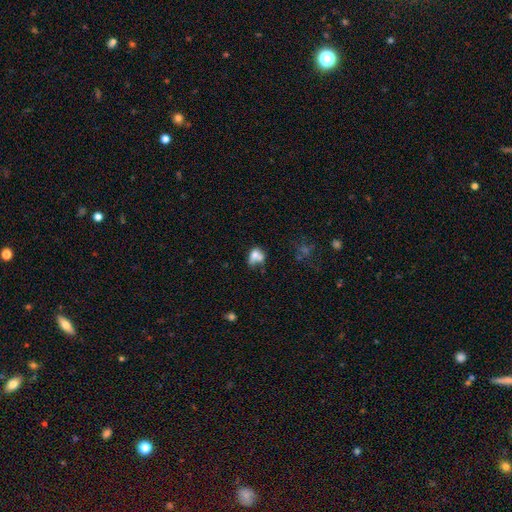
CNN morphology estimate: smooth-or-featured: smooth: 67% | featured or disk: 22% | star or artifact: 11%
  how-rounded: in between: 61% | round: 37% | cigar-shaped: 2%
  merging: merger: 46% | none: 25% | minor disturbance: 16% | major disturbance: 14%